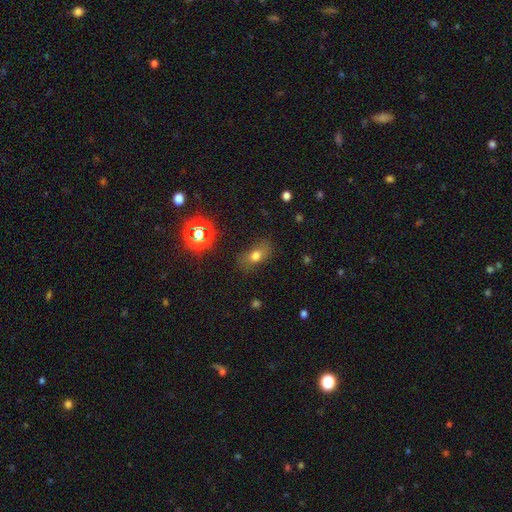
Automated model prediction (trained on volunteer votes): smooth-or-featured: smooth: 68% | star or artifact: 19% | featured or disk: 14%
  how-rounded: in between: 77% | round: 18% | cigar-shaped: 5%
  merging: none: 72% | minor disturbance: 18% | major disturbance: 8% | merger: 3%